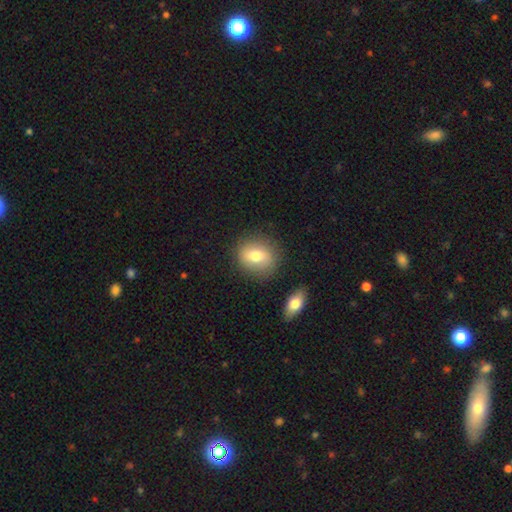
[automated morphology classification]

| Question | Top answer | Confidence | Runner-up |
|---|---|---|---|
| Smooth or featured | smooth | 76% | featured or disk (16%) |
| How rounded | round | 61% | in between (38%) |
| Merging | none | 80% | minor disturbance (12%) |